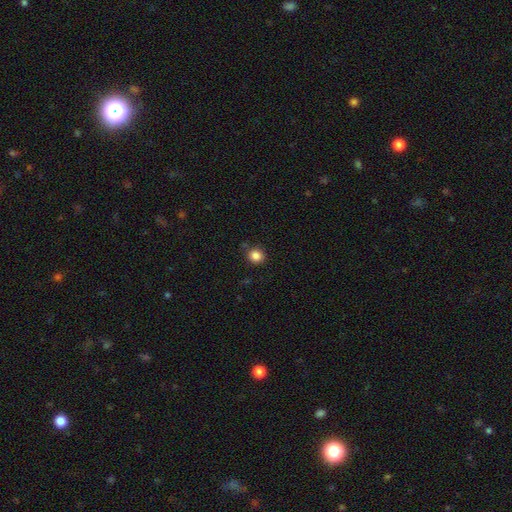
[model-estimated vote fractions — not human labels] The model was most divided on "how rounded": round: 81%, in between: 18%, cigar-shaped: 1%. More confident: merging — none (85%); smooth or featured — smooth (85%).